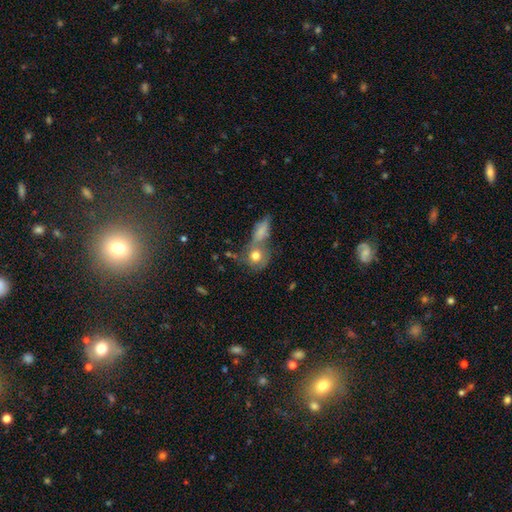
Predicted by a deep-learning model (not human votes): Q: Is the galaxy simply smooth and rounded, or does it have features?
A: smooth — 67%.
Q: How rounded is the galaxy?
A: round — 69%.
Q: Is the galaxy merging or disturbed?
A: merger — 42%.